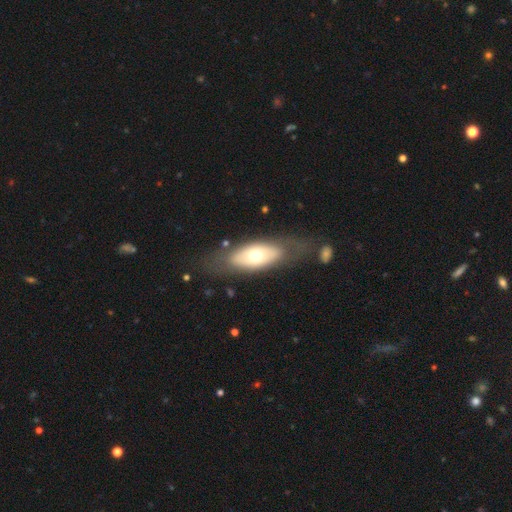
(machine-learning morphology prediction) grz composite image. It shows a smooth galaxy with no disk features (55%) that is in between round and cigar-shaped (81%). Merging: none (70%).